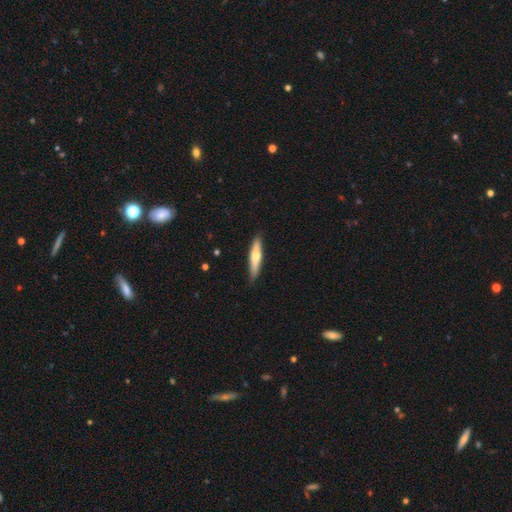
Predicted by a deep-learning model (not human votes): The model was most divided on "smooth or featured": smooth: 52%, featured or disk: 43%, star or artifact: 5%. More confident: merging — none (89%); how rounded — cigar-shaped (87%).